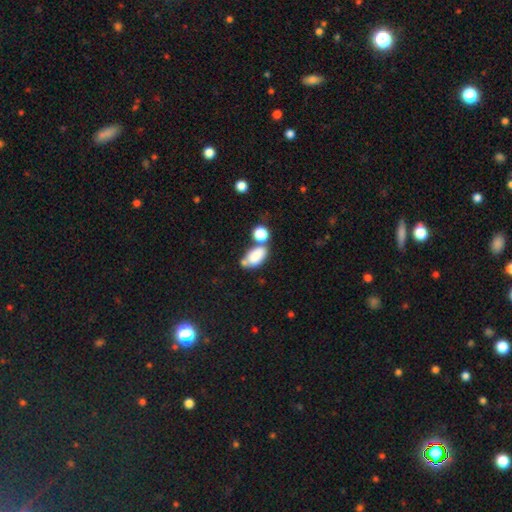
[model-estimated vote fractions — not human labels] Smooth or featured?
  - smooth: 81% *
  - featured or disk: 10%
  - star or artifact: 9%
How rounded?
  - in between: 90% *
  - round: 8%
  - cigar-shaped: 2%
Merging?
  - none: 45% *
  - merger: 35%
  - minor disturbance: 15%
  - major disturbance: 6%